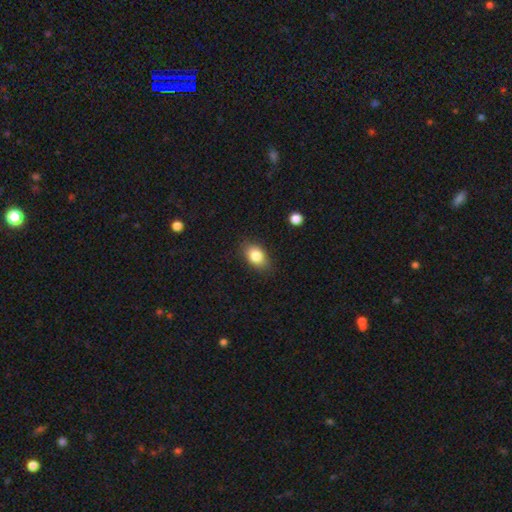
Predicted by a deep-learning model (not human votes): Smooth or featured?
  - smooth: 83% *
  - featured or disk: 9%
  - star or artifact: 9%
How rounded?
  - in between: 82% *
  - round: 16%
  - cigar-shaped: 2%
Merging?
  - none: 82% *
  - minor disturbance: 14%
  - major disturbance: 3%
  - merger: 1%